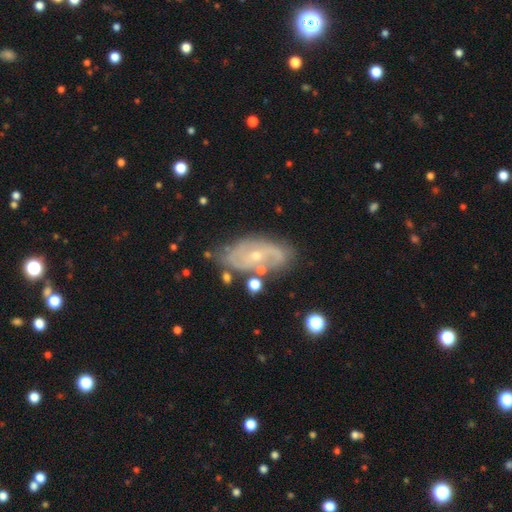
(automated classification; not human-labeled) A featured or disk galaxy (80%) with no bar (62%), 2 (53%) tight (45%) spiral arms (89%) and a small central bulge (73%). Merging: none (67%).